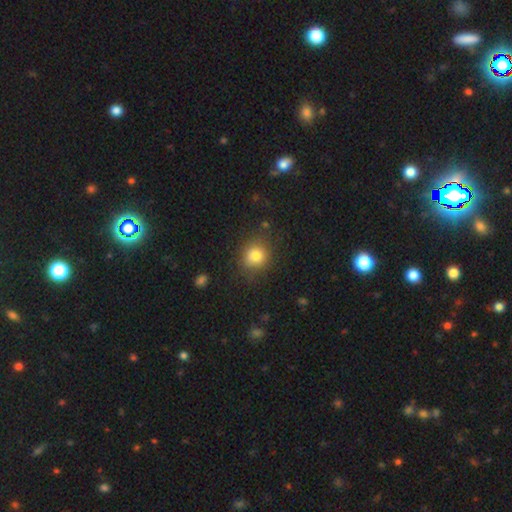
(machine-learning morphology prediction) type=smooth (81%); roundness=round (77%); merging=none (78%).